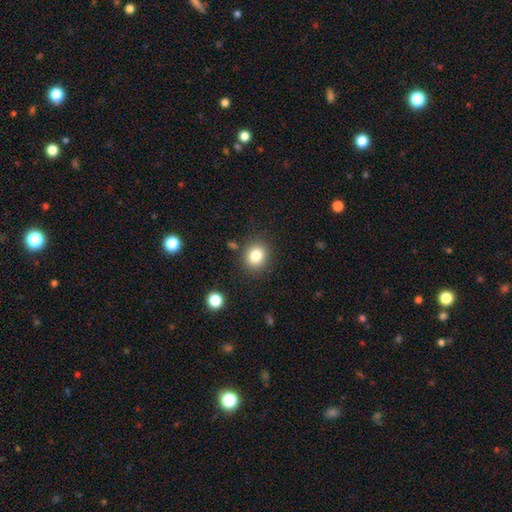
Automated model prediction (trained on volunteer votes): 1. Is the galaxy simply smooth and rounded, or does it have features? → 82% smooth, 11% star or artifact, 7% featured or disk.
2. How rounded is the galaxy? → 77% round, 22% in between, 1% cigar-shaped.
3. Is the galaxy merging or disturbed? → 86% none, 9% minor disturbance, 3% major disturbance, 3% merger.